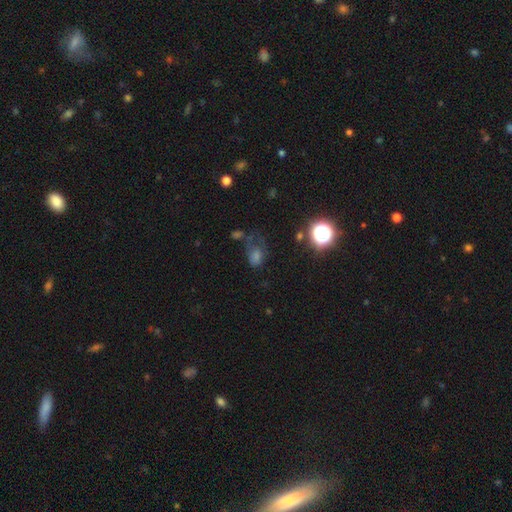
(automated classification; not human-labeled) smooth 48%, star or artifact 33%, featured or disk 19%. Down the decision tree: merging — none (38%).